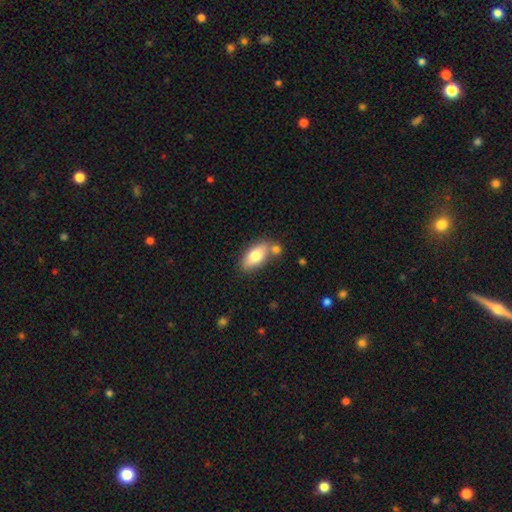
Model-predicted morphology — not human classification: This appears to be a smooth galaxy with no disk features (77%) that is in between round and cigar-shaped (88%). Merging: none (67%).